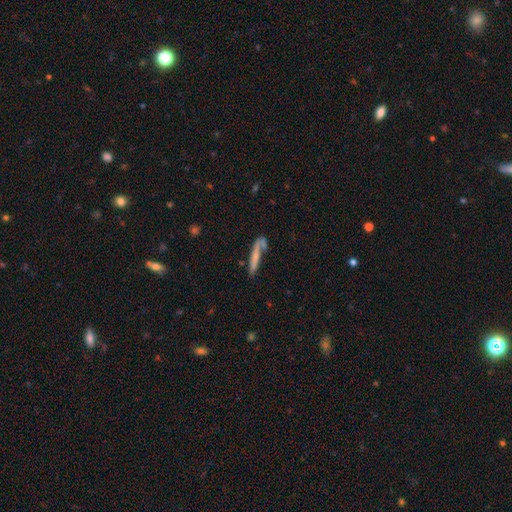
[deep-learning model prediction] Smooth or featured?
  - smooth: 56% *
  - featured or disk: 35%
  - star or artifact: 9%
How rounded?
  - cigar-shaped: 91% *
  - in between: 7%
  - round: 2%
Merging?
  - none: 55% *
  - merger: 17%
  - minor disturbance: 17%
  - major disturbance: 11%